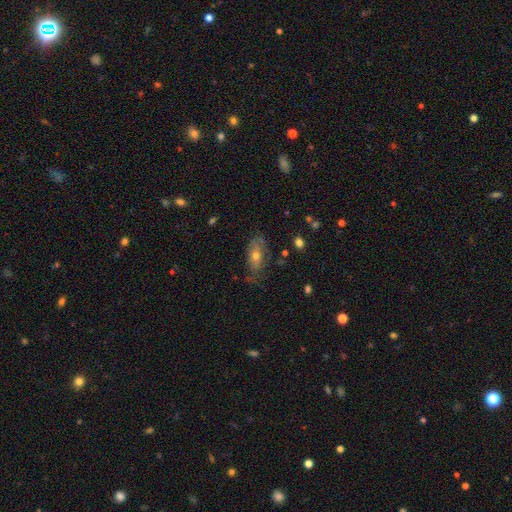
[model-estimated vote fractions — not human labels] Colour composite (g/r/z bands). It shows a smooth galaxy with no disk features (51%) that is in between round and cigar-shaped (85%). Merging: none (58%).